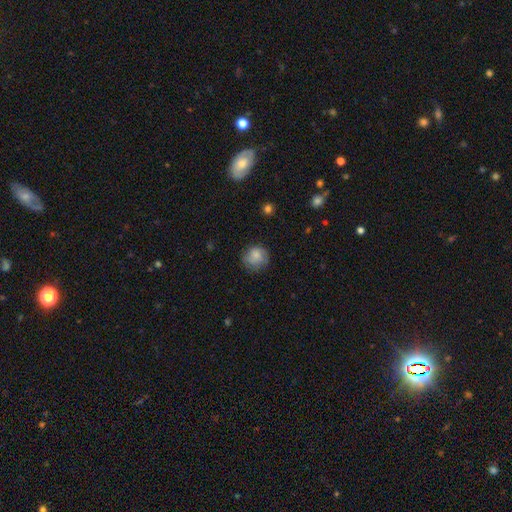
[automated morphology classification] type=smooth (81%); roundness=round (85%); merging=none (72%).